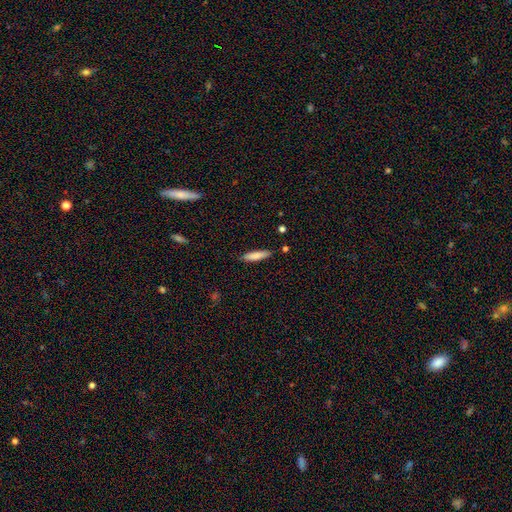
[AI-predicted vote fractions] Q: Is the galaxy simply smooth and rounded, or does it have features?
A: smooth — 82%.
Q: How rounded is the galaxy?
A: cigar-shaped — 79%.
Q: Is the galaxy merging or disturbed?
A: none — 86%.